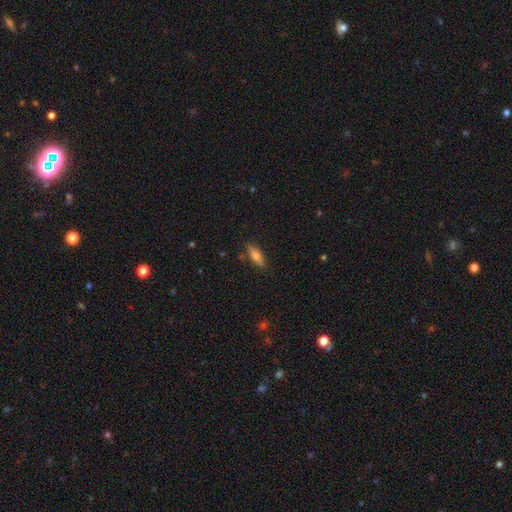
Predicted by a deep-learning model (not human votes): Q: Smooth or featured?
A: smooth (69%); runner-up: featured or disk (23%)
Q: How rounded?
A: cigar-shaped (51%); runner-up: in between (46%)
Q: Merging?
A: none (82%); runner-up: minor disturbance (13%)